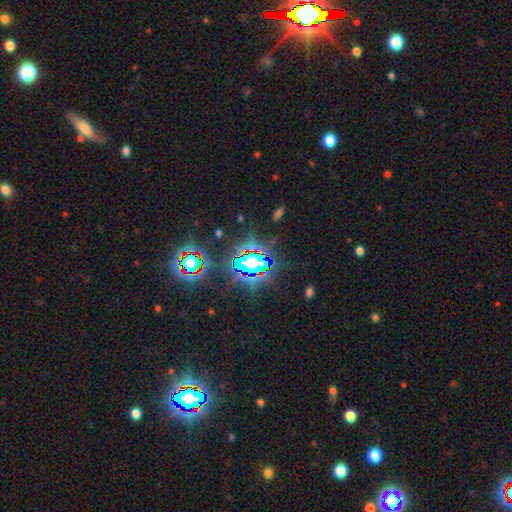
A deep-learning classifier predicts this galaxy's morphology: This appears to be a star or artifact, not a galaxy (84%).